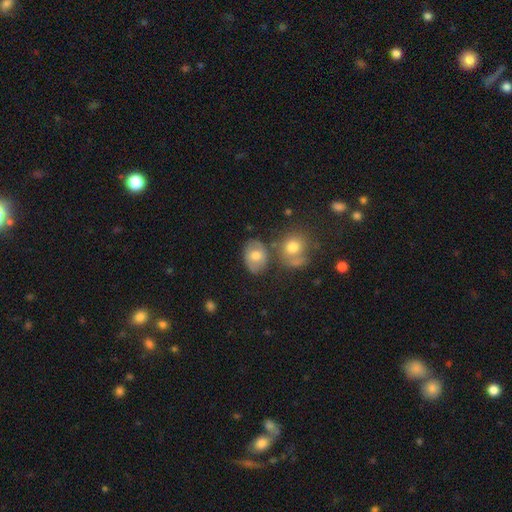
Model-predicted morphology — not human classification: A smooth galaxy with no disk features (66%) that is in between round and cigar-shaped (66%).

Vote fractions:
- Smooth or featured? smooth: 66% / featured or disk: 25% / star or artifact: 8%
- How rounded? in between: 66% / round: 32% / cigar-shaped: 1%
- Merging? none: 64% / minor disturbance: 16% / merger: 15% / major disturbance: 5%